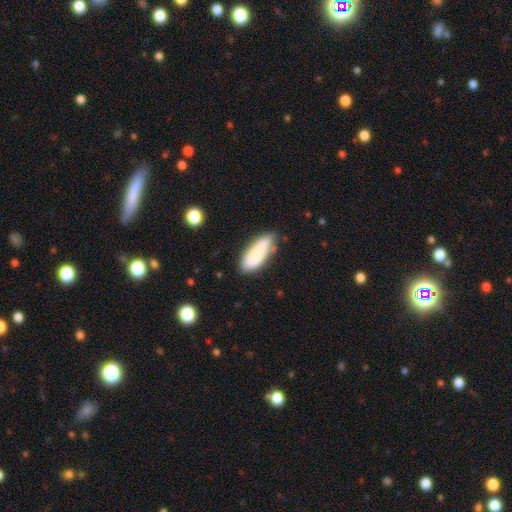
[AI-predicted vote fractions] A smooth galaxy with no disk features (77%) that is in between round and cigar-shaped (75%).

Vote fractions:
- Smooth or featured? smooth: 77% / featured or disk: 17% / star or artifact: 6%
- How rounded? in between: 75% / cigar-shaped: 23% / round: 2%
- Merging? none: 70% / minor disturbance: 22% / major disturbance: 5% / merger: 4%